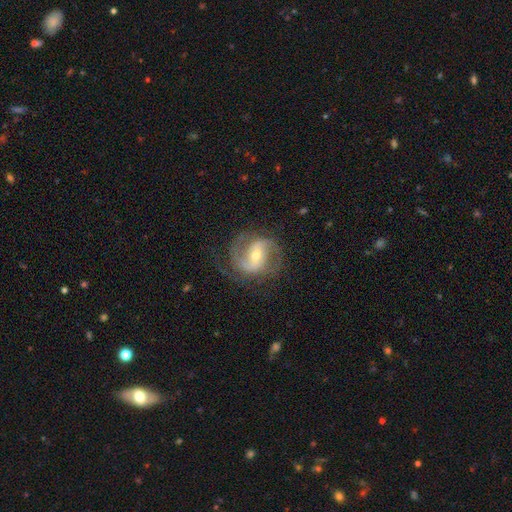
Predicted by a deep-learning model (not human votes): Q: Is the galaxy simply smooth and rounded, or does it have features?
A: featured or disk — 86%.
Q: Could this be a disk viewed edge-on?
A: no — 97%.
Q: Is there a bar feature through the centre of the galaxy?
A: weak — 41%.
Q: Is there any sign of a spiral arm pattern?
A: yes — 96%.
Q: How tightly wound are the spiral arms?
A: medium — 52%.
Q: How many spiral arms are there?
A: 2 — 81%.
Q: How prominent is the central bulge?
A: small — 50%.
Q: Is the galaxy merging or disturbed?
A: none — 71%.